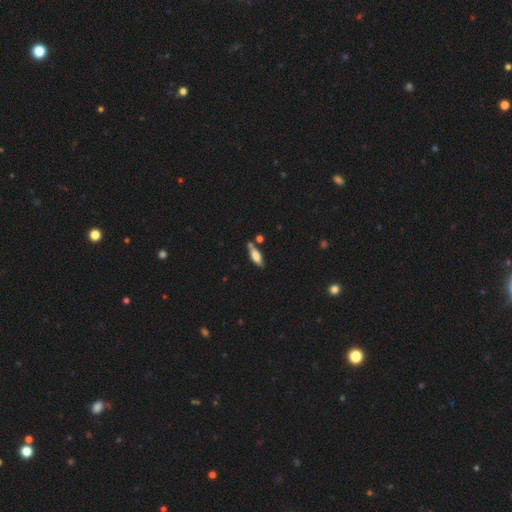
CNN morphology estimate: Smooth or featured? Predicted: smooth (p=0.68). How rounded? Predicted: in between (p=0.64). Merging? Predicted: none (p=0.68).